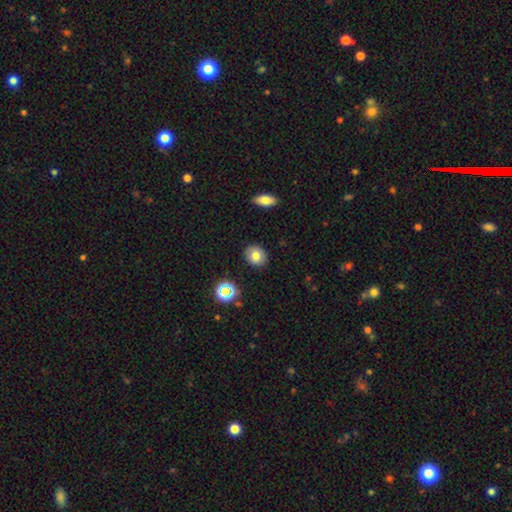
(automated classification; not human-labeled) A smooth galaxy with no disk features (76%) that is round (67%).

Vote fractions:
- Smooth or featured? smooth: 76% / star or artifact: 12% / featured or disk: 12%
- How rounded? round: 67% / in between: 32% / cigar-shaped: 1%
- Merging? none: 88% / minor disturbance: 8% / major disturbance: 2% / merger: 1%